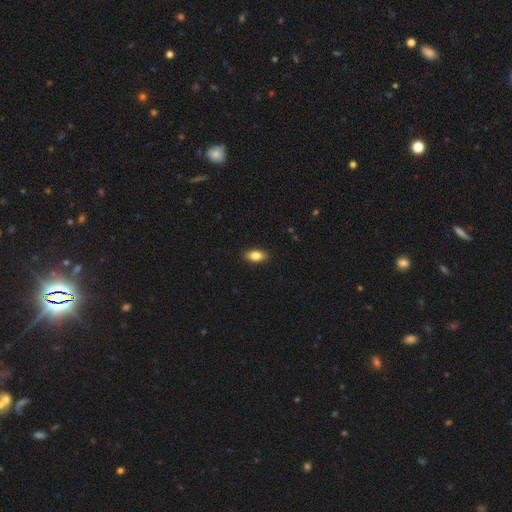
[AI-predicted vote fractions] A smooth galaxy with no disk features (81%) that is in between round and cigar-shaped (88%).

Vote fractions:
- Smooth or featured? smooth: 81% / featured or disk: 12% / star or artifact: 7%
- How rounded? in between: 88% / cigar-shaped: 8% / round: 4%
- Merging? none: 89% / minor disturbance: 8% / major disturbance: 2% / merger: 1%